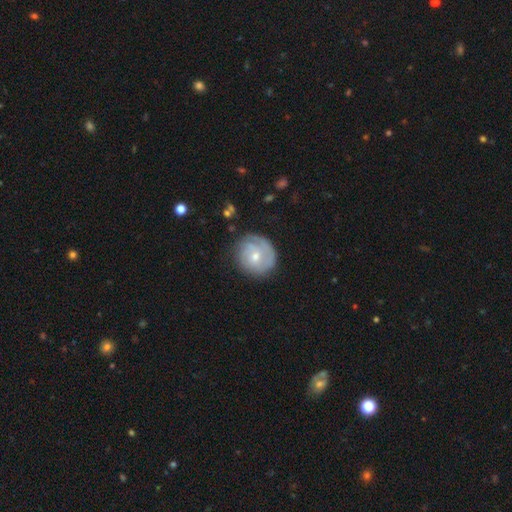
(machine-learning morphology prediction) Smooth or featured: featured or disk — 60% (smooth — 34%)
Edge-on disk: no — 97% (yes — 3%)
Bar: no — 70% (weak — 26%)
Spiral arms: yes — 81% (no — 19%)
Bulge size: small — 49% (moderate — 47%)
Merging: none — 73% (minor disturbance — 18%)